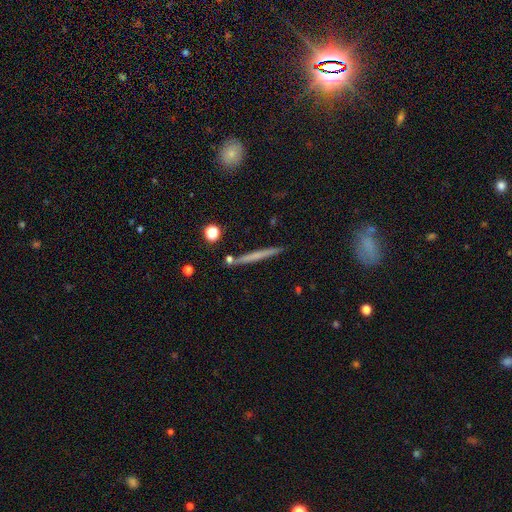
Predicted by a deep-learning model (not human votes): Overall: smooth (47%; featured or disk 46%). Merging: none (88%).